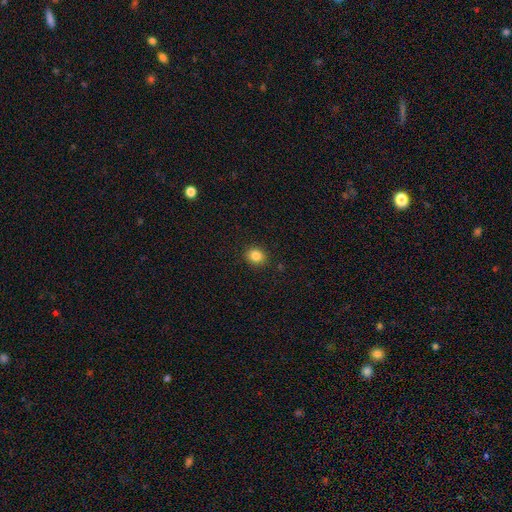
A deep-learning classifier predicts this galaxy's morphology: The model was most divided on "how rounded": round: 68%, in between: 31%, cigar-shaped: 1%. More confident: merging — none (90%); smooth or featured — smooth (85%).